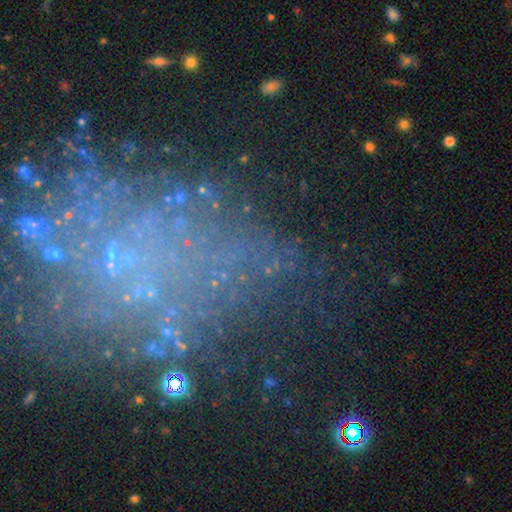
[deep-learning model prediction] This is marginally a star or artifact rather than a galaxy (44%).